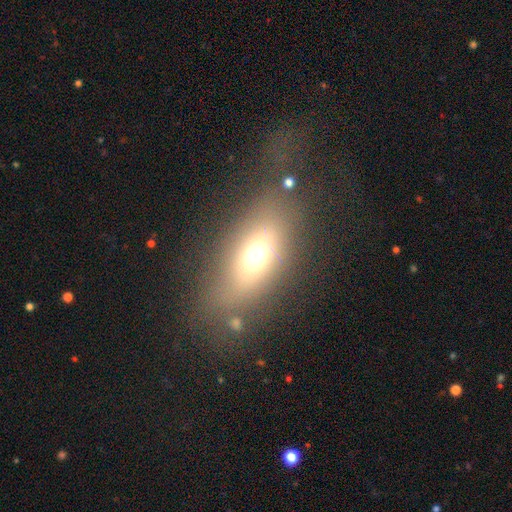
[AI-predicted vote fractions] Morphology: type=smooth (62%); roundness=in between (75%); merging=none (72%).